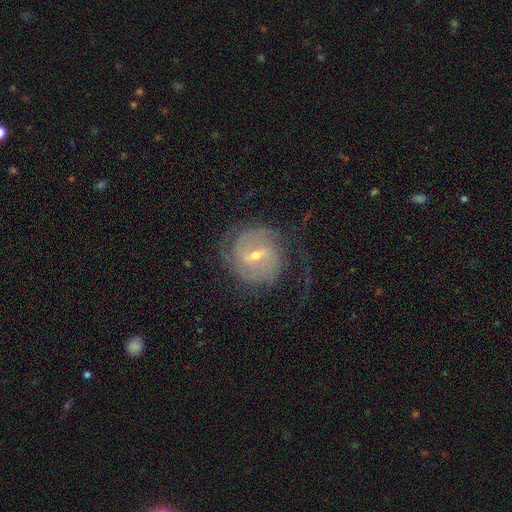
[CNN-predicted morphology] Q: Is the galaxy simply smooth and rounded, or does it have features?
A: featured or disk — 84%.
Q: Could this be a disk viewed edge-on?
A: no — 97%.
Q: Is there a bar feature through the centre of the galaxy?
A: weak — 54%.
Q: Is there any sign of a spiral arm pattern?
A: yes — 94%.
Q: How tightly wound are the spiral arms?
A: tight — 50%.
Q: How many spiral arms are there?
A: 2 — 44%.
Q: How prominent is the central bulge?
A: small — 59%.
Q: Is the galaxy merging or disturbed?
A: none — 60%.